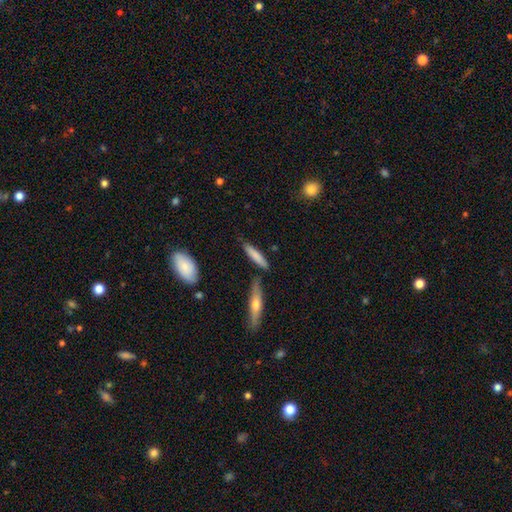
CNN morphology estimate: smooth_or_featured: smooth (p=0.76) [alt: featured or disk p=0.18]
how_rounded: cigar-shaped (p=0.78) [alt: in between p=0.20]
merging: none (p=0.73) [alt: minor disturbance p=0.13]